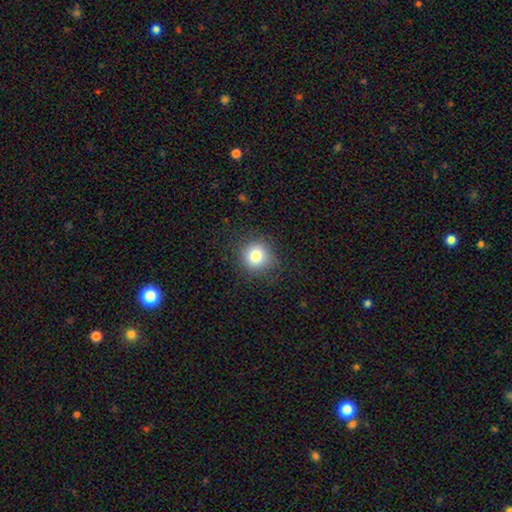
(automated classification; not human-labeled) A smooth galaxy with no disk features (80%) that is round (91%). Merging: none (85%).